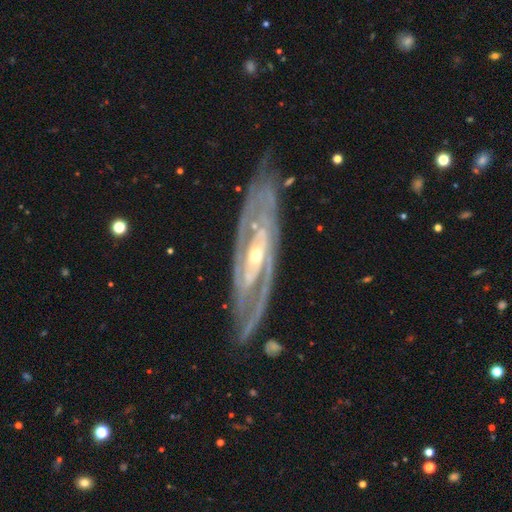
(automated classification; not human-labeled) A featured or disk galaxy (90%) with no bar (50%), 2 (70%) tight (57%) spiral arms (94%) and a moderate central bulge (50%). Merging: none (77%).